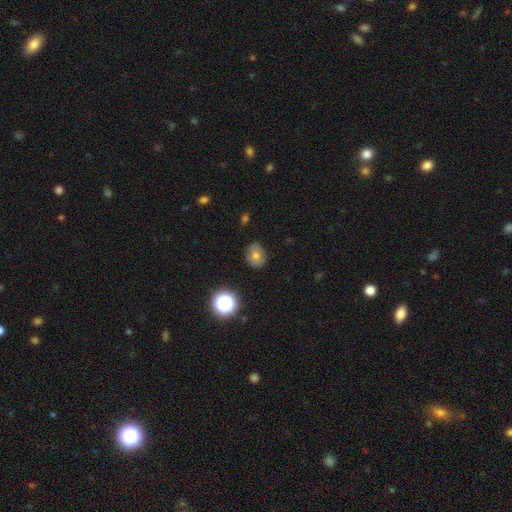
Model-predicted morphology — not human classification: This appears to be a smooth galaxy with no disk features (70%) that is round (62%). Merging: none (77%).